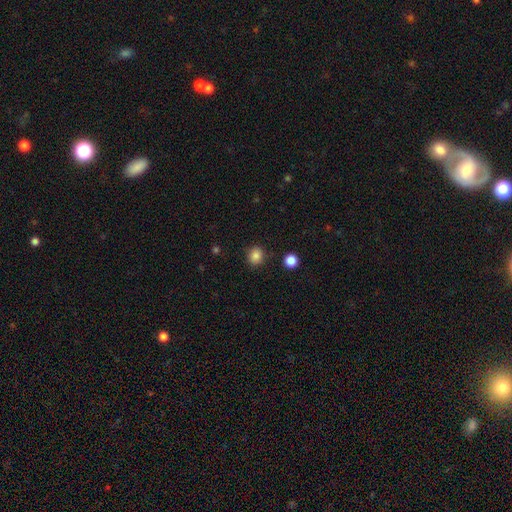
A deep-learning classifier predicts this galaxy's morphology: smooth-or-featured: smooth: 84% | star or artifact: 11% | featured or disk: 4%
  how-rounded: round: 76% | in between: 23% | cigar-shaped: 1%
  merging: none: 86% | minor disturbance: 9% | major disturbance: 3% | merger: 2%